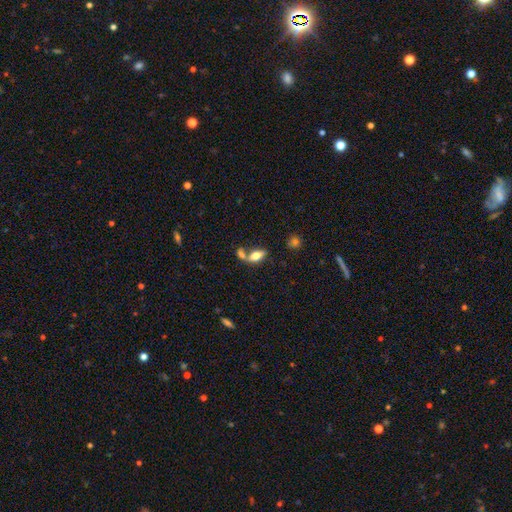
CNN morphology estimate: A smooth galaxy with no disk features (61%) that is in between round and cigar-shaped (78%).

Vote fractions:
- Smooth or featured? smooth: 61% / featured or disk: 31% / star or artifact: 9%
- How rounded? in between: 78% / cigar-shaped: 17% / round: 5%
- Merging? none: 45% / merger: 38% / minor disturbance: 11% / major disturbance: 6%